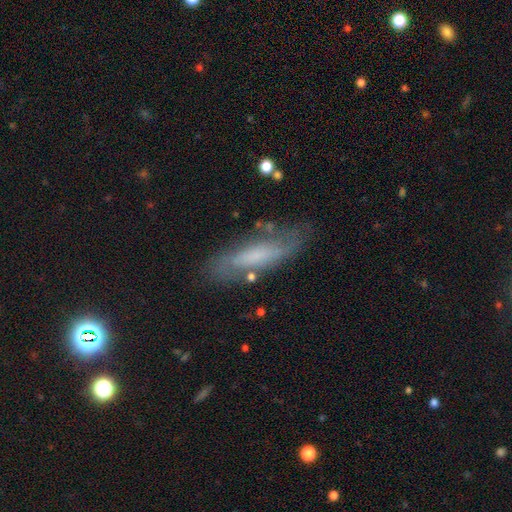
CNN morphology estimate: Smooth or featured?
  - smooth: 48% *
  - featured or disk: 43%
  - star or artifact: 8%
Merging?
  - none: 68% *
  - minor disturbance: 20%
  - major disturbance: 7%
  - merger: 4%